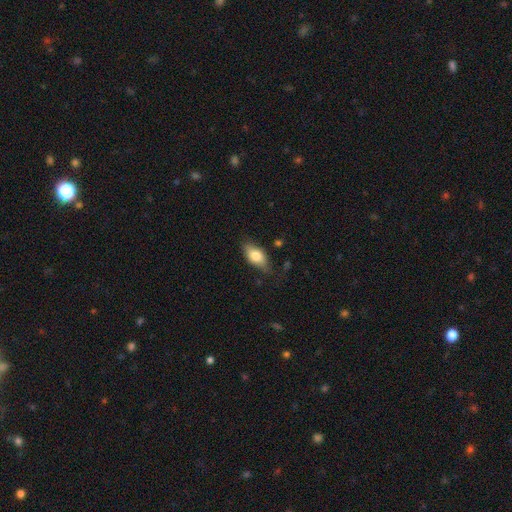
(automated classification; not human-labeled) Morphology: type=smooth (75%); roundness=in between (87%); merging=none (70%).